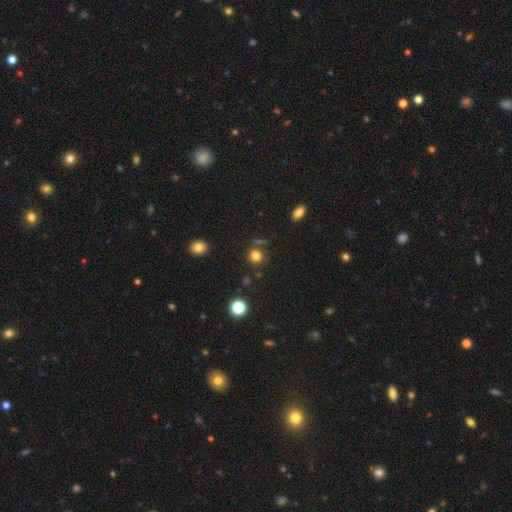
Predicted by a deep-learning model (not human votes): The model was most divided on "smooth or featured": smooth: 79%, star or artifact: 15%, featured or disk: 5%. More confident: how rounded — round (87%); merging — none (78%).